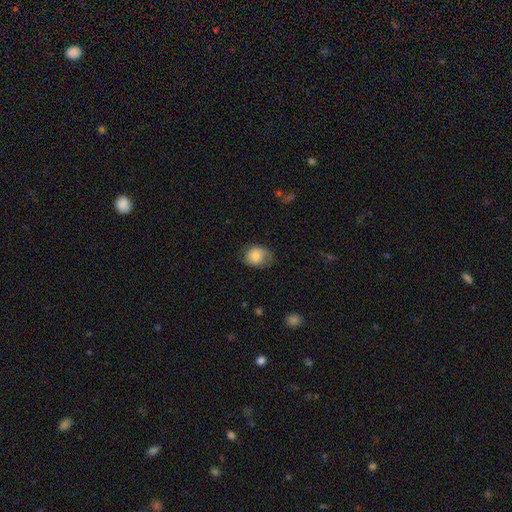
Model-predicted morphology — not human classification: smooth_or_featured: smooth (p=0.79) [alt: featured or disk p=0.13]
how_rounded: in between (p=0.50) [tied with: round p=0.50]
merging: none (p=0.60) [alt: minor disturbance p=0.29]